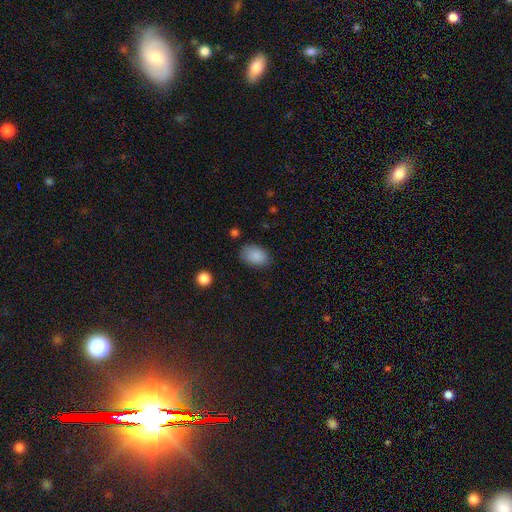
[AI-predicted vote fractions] Smooth or featured: smooth — 88% (star or artifact — 8%)
How rounded: in between — 86% (round — 12%)
Merging: none — 79% (minor disturbance — 16%)